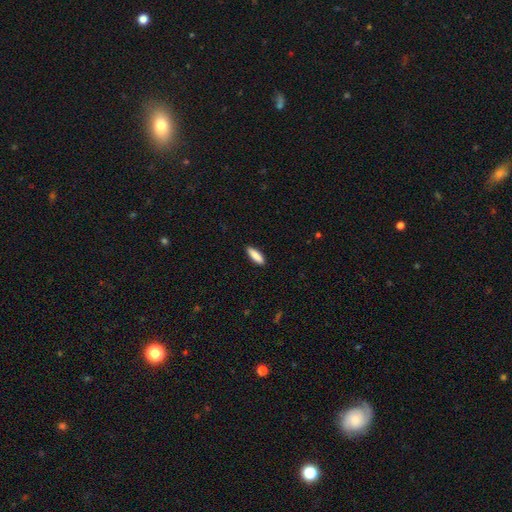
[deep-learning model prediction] smooth_or_featured: smooth (p=0.88) [alt: featured or disk p=0.06]
how_rounded: cigar-shaped (p=0.58) [alt: in between p=0.40]
merging: none (p=0.90) [alt: minor disturbance p=0.08]